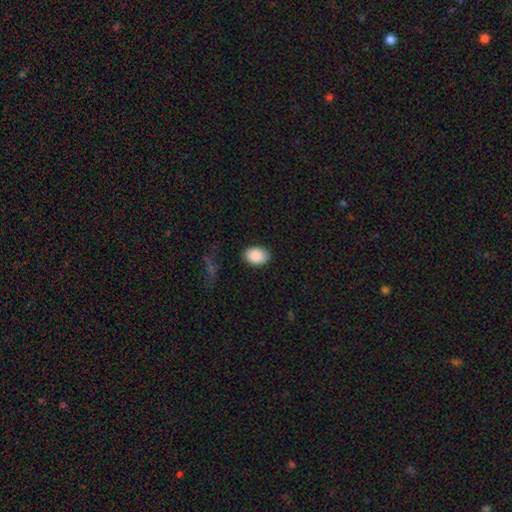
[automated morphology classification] Smooth or featured? Predicted: smooth (p=0.89). How rounded? Predicted: in between (p=0.80). Merging? Predicted: none (p=0.86).